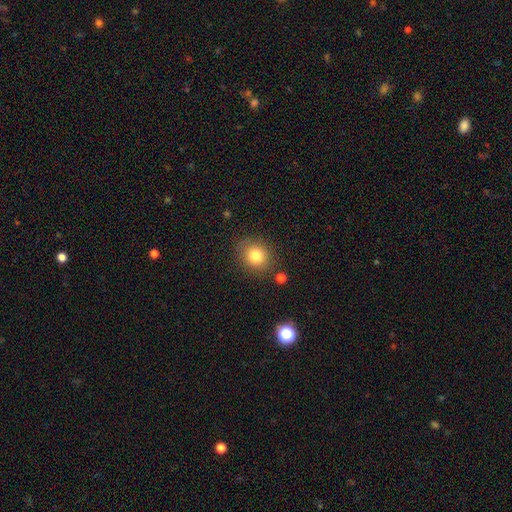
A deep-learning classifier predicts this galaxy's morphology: This is likely a smooth galaxy (80%). How rounded: likely round (74%). Merging: clearly none (83%).